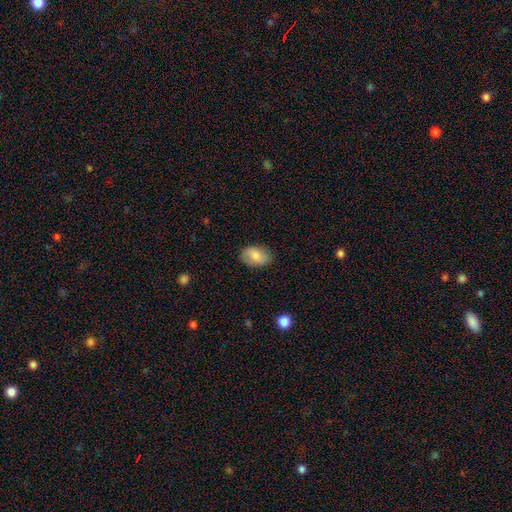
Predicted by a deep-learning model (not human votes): Overall: smooth (81%). How rounded: in between (88%). Merging: none (81%).